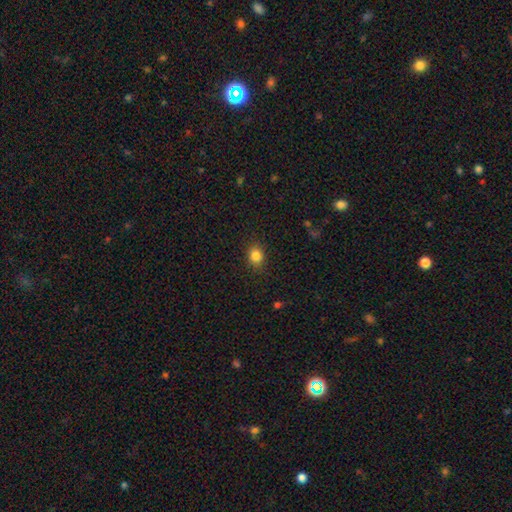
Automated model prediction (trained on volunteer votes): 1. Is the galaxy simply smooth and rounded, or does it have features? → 84% smooth, 11% star or artifact, 5% featured or disk.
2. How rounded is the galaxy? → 62% round, 37% in between, 1% cigar-shaped.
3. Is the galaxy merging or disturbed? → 87% none, 9% minor disturbance, 3% major disturbance, 1% merger.